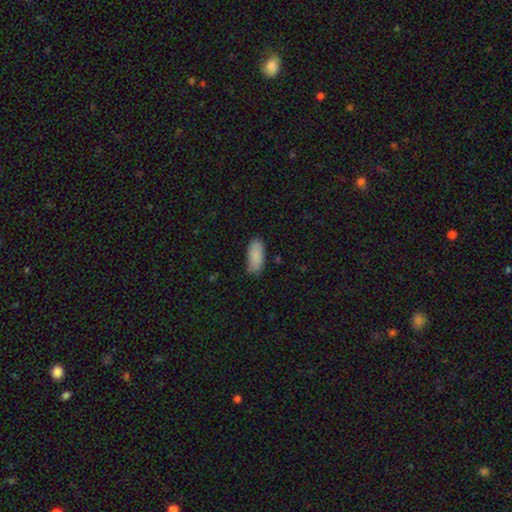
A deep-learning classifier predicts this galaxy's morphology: This appears to be a smooth galaxy with no disk features (89%) that is in between round and cigar-shaped (88%). Merging: none (77%).